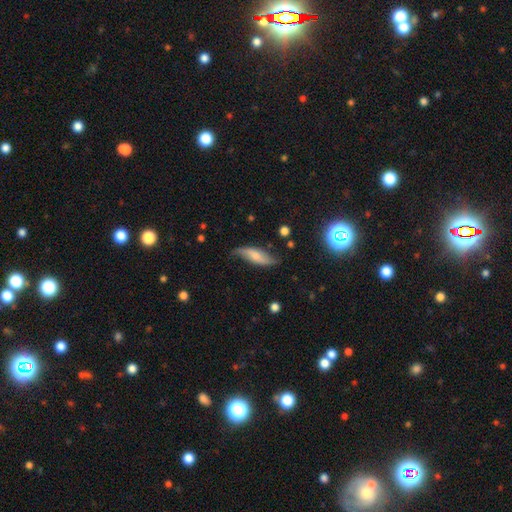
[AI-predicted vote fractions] smooth-or-featured: featured or disk: 50% | smooth: 43% | star or artifact: 7%
  disk-edge-on: no: 74% | yes: 26%
  merging: none: 60% | minor disturbance: 29% | major disturbance: 8% | merger: 2%